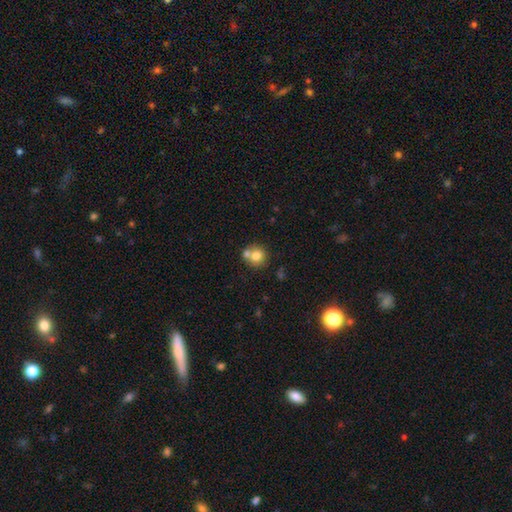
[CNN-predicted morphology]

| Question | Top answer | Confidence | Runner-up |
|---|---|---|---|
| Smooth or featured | smooth | 76% | featured or disk (14%) |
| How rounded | round | 89% | in between (10%) |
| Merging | none | 54% | merger (35%) |